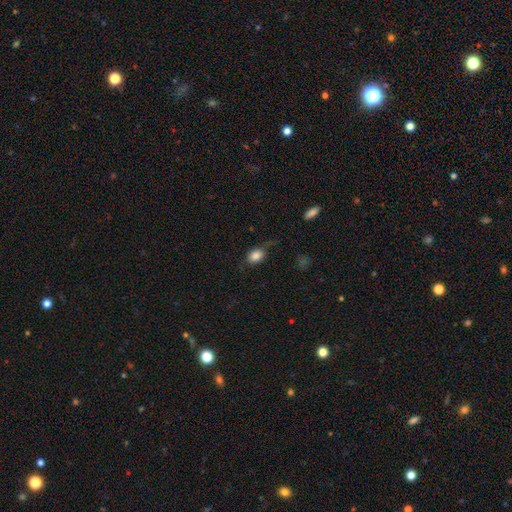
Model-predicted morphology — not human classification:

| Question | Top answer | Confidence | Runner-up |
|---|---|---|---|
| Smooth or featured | smooth | 85% | star or artifact (9%) |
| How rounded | in between | 73% | round (25%) |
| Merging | none | 65% | minor disturbance (23%) |